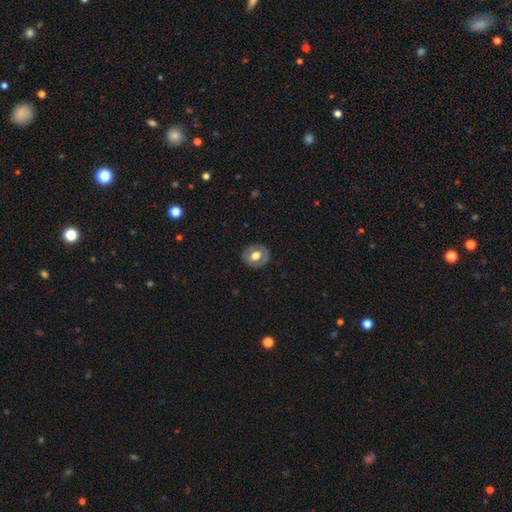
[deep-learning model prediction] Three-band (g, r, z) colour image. It shows a smooth galaxy with no disk features (59%) that is round (71%). Merging: none (84%).